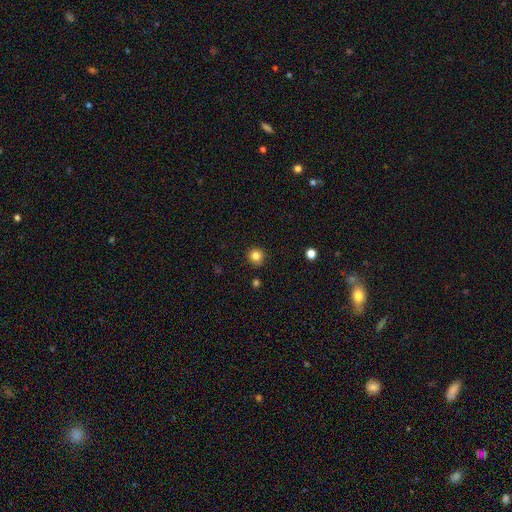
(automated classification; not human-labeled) smooth-or-featured: smooth: 83% | star or artifact: 12% | featured or disk: 5%
  how-rounded: round: 93% | in between: 6% | cigar-shaped: 1%
  merging: none: 89% | minor disturbance: 8% | major disturbance: 2% | merger: 2%